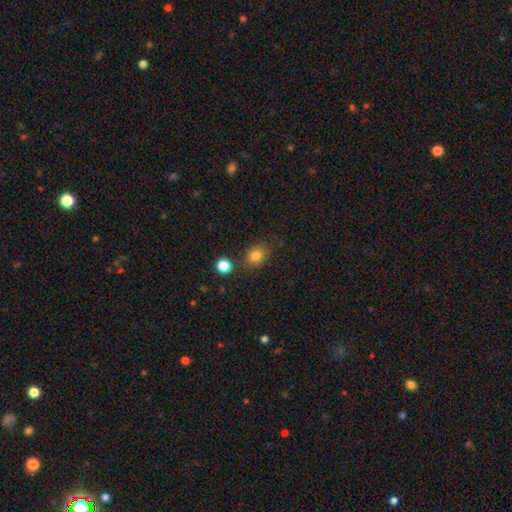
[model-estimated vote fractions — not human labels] Smooth or featured: smooth — 83% (star or artifact — 11%)
How rounded: round — 50% (in between — 49%)
Merging: none — 77% (minor disturbance — 13%)